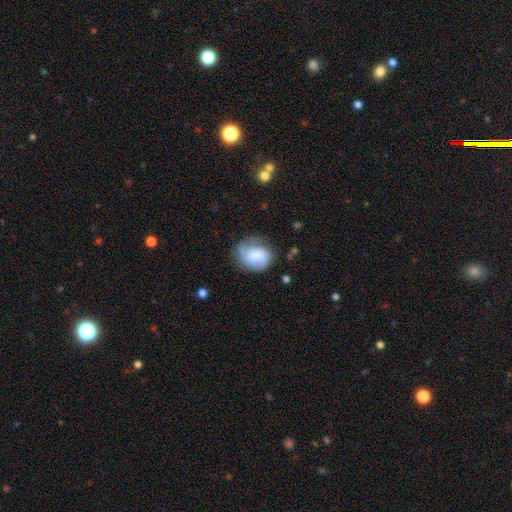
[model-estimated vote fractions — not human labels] A smooth galaxy with no disk features (52%) that is round (57%). Merging: none (59%).